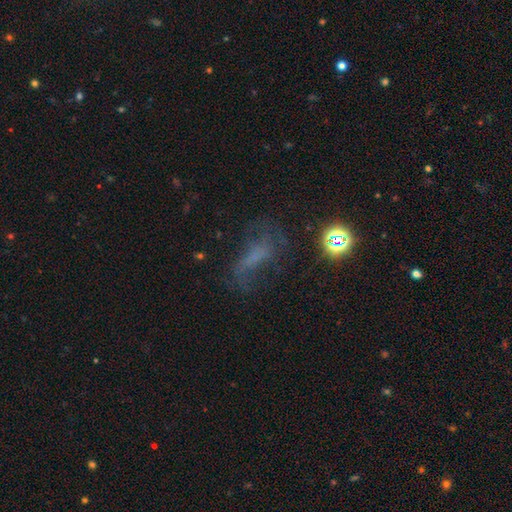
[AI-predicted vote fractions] Smooth or featured?
  - featured or disk: 38% *
  - smooth: 35%
  - star or artifact: 26%
Merging?
  - none: 48% *
  - major disturbance: 27%
  - minor disturbance: 21%
  - merger: 4%